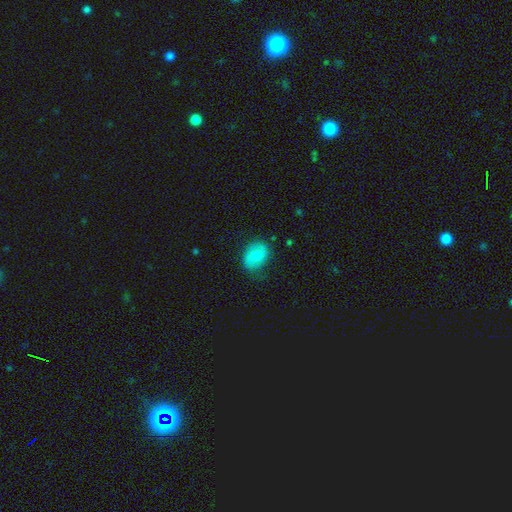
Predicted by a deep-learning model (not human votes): This appears to be a smooth galaxy with no disk features (63%) that is in between round and cigar-shaped (63%). Merging: none (72%).